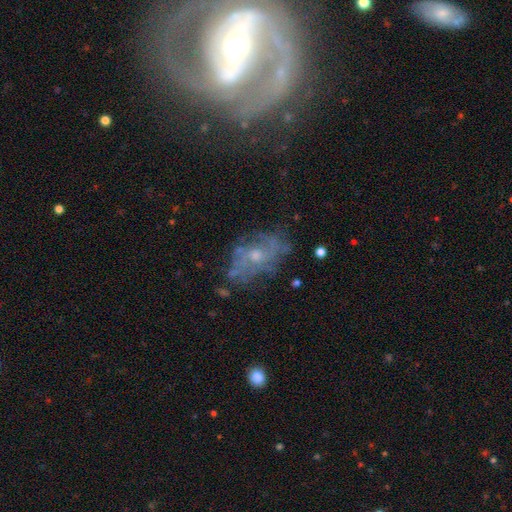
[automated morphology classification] Smooth or featured: featured or disk — 65% (smooth — 21%)
Edge-on disk: no — 94% (yes — 6%)
Bar: no — 76% (weak — 20%)
Spiral arms: yes — 64% (no — 36%)
Bulge size: moderate — 47% (small — 46%)
Merging: none — 64% (minor disturbance — 20%)